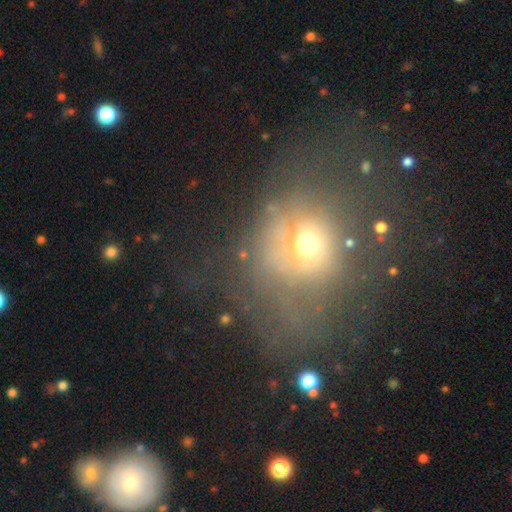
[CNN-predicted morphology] Overall: smooth (46%; featured or disk 30%). Merging: none (39%; major disturbance 36%).